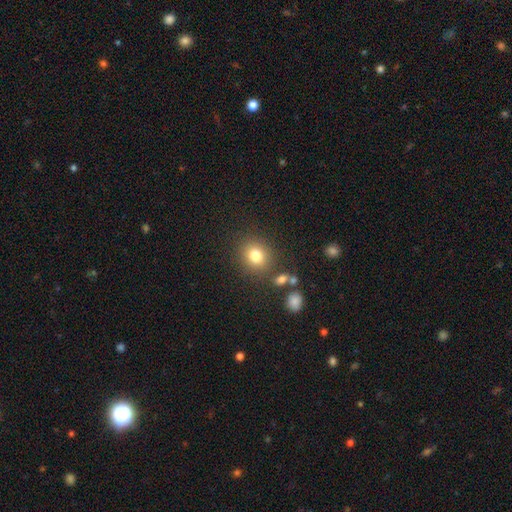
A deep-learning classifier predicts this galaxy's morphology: Smooth or featured? Predicted: smooth (p=0.79). How rounded? Predicted: round (p=0.76). Merging? Predicted: none (p=0.82).